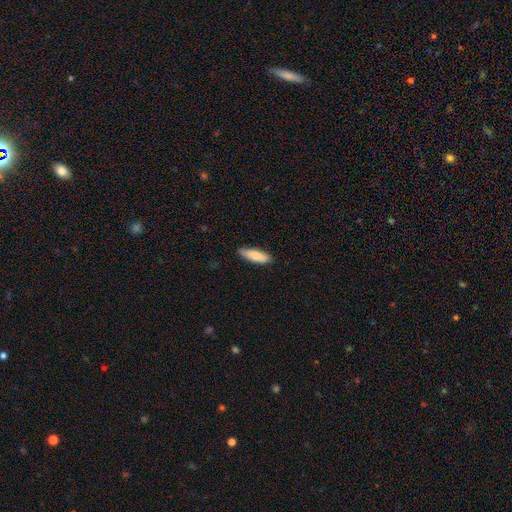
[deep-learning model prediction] This appears to be a smooth galaxy with no disk features (82%) that is in between round and cigar-shaped (55%). Merging: none (81%).